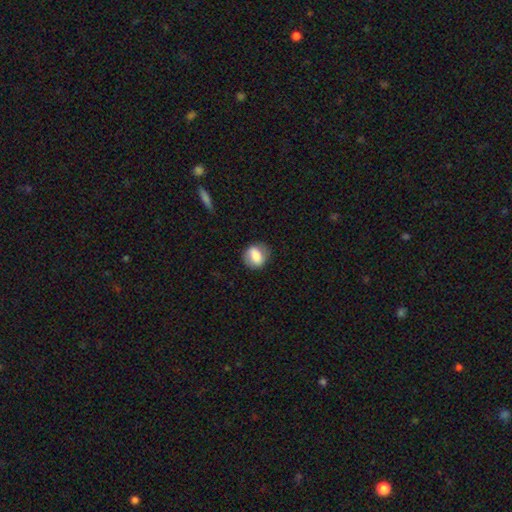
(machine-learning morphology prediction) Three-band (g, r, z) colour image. It shows a smooth galaxy with no disk features (74%) that is round (59%). Merging: none (73%).